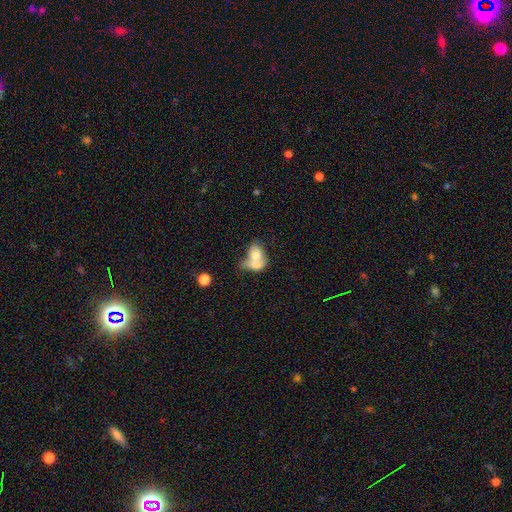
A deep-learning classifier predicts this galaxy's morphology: Q: Smooth or featured?
A: smooth (69%); runner-up: featured or disk (23%)
Q: How rounded?
A: in between (73%); runner-up: round (24%)
Q: Merging?
A: merger (71%); runner-up: none (15%)